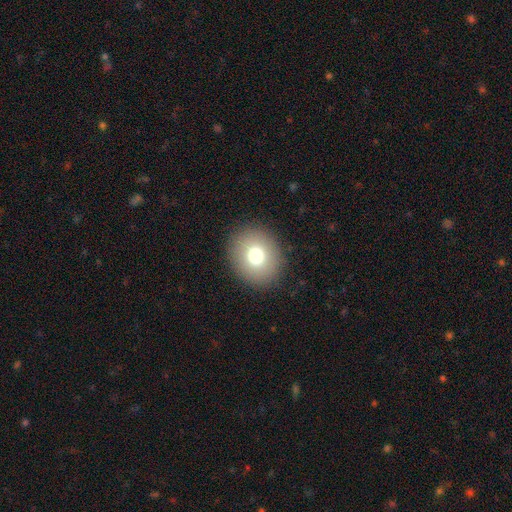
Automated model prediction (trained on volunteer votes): Smooth or featured: smooth — 76% (featured or disk — 12%)
How rounded: round — 72% (in between — 28%)
Merging: none — 89% (minor disturbance — 7%)